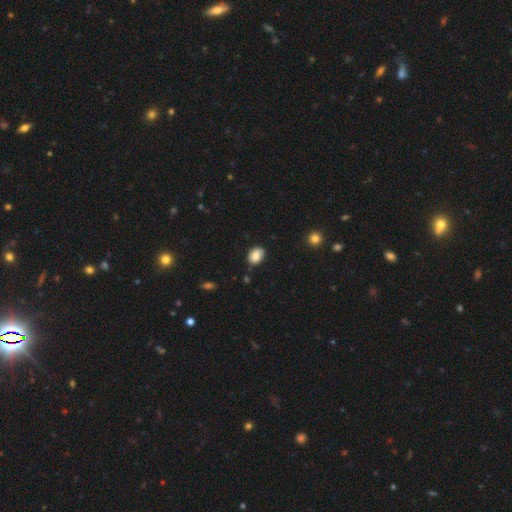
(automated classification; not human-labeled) Smooth or featured?
  - smooth: 83% *
  - featured or disk: 9%
  - star or artifact: 8%
How rounded?
  - in between: 73% *
  - round: 26%
  - cigar-shaped: 1%
Merging?
  - none: 78% *
  - minor disturbance: 17%
  - major disturbance: 3%
  - merger: 2%